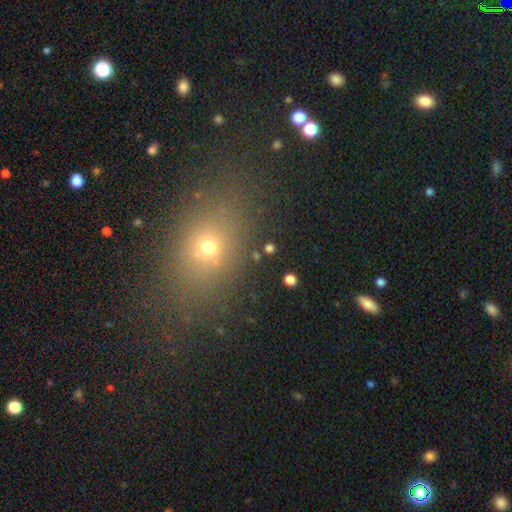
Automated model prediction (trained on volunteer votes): Overall: smooth (58%; star or artifact 27%). How rounded: in between (60%; round 35%). Merging: none (78%).